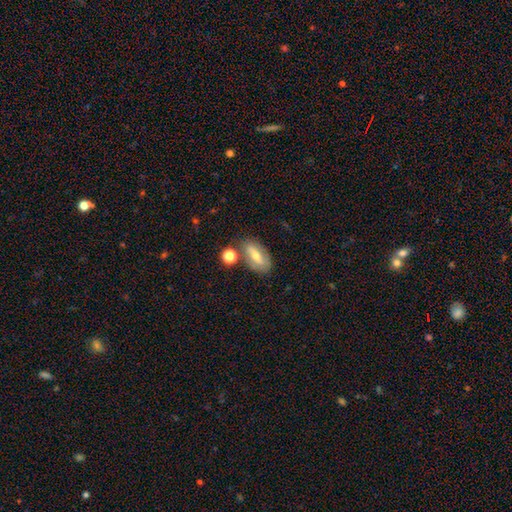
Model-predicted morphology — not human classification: A smooth galaxy with no disk features (50%).

Vote fractions:
- Smooth or featured? smooth: 50% / featured or disk: 42% / star or artifact: 9%
- Merging? none: 70% / minor disturbance: 15% / merger: 10% / major disturbance: 5%